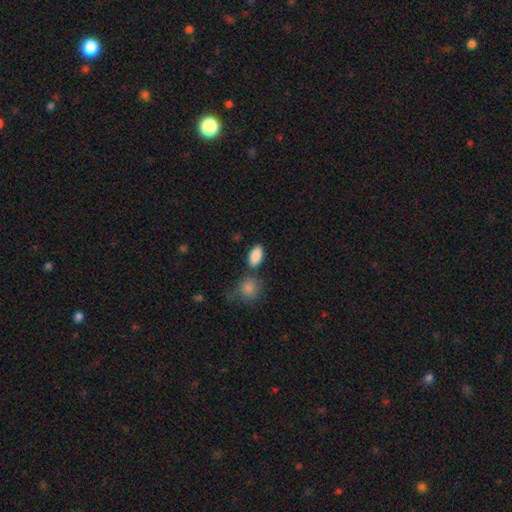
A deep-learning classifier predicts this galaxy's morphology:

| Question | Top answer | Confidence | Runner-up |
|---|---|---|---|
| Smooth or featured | smooth | 89% | star or artifact (7%) |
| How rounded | in between | 92% | round (5%) |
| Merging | none | 74% | minor disturbance (12%) |